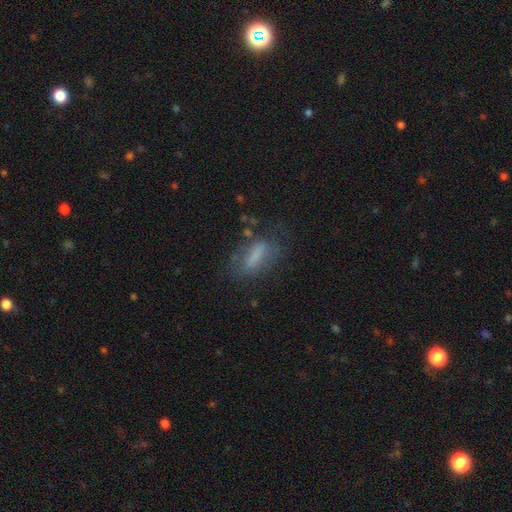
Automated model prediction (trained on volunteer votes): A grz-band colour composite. It shows a smooth galaxy with no disk features (62%) that is in between round and cigar-shaped (59%). Merging: none (59%).